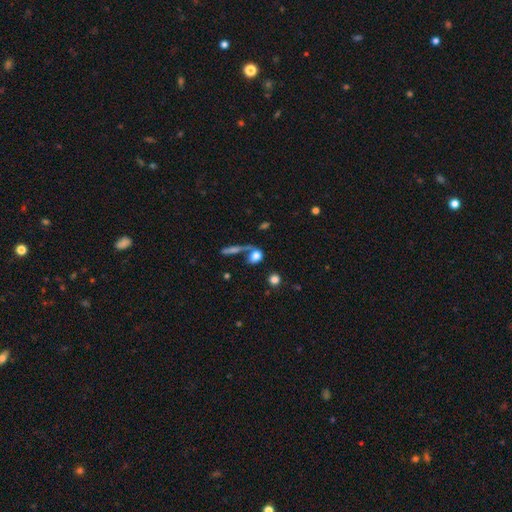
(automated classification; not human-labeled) Smooth or featured?
  - smooth: 77% *
  - star or artifact: 12%
  - featured or disk: 11%
How rounded?
  - round: 57% *
  - in between: 37%
  - cigar-shaped: 6%
Merging?
  - none: 51% *
  - merger: 26%
  - minor disturbance: 13%
  - major disturbance: 10%